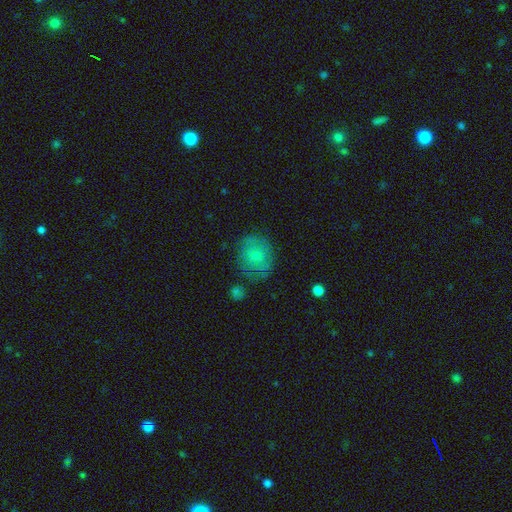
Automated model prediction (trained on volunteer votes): This appears to be a smooth galaxy with no disk features (69%) that is round (67%). Merging: none (71%).